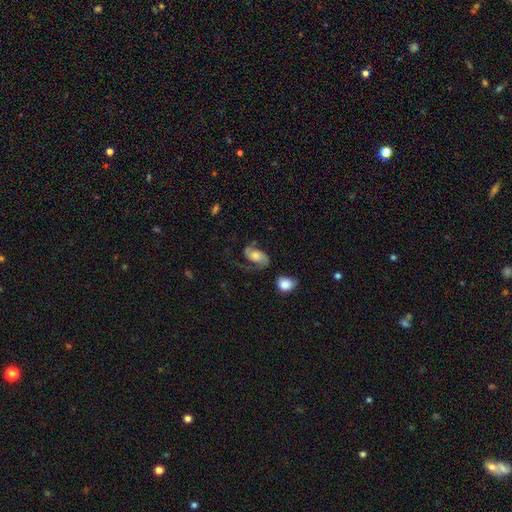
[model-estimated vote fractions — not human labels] Smooth or featured: featured or disk — 59% (smooth — 33%)
Edge-on disk: no — 96% (yes — 4%)
Bar: no — 70% (weak — 24%)
Spiral arms: yes — 87% (no — 13%)
Bulge size: moderate — 42% (large — 24%)
Merging: none — 44% (major disturbance — 29%)